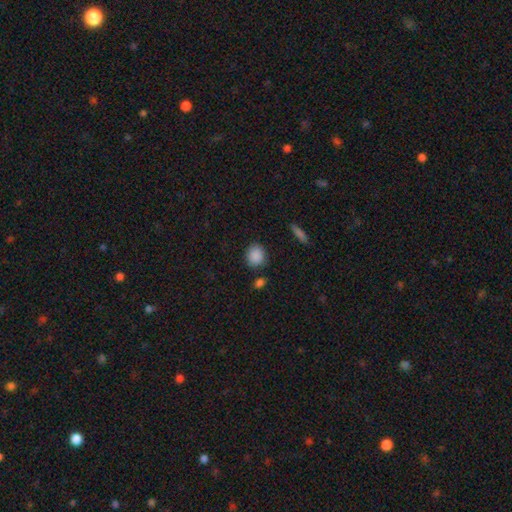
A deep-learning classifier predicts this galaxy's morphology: This appears to be a smooth galaxy with no disk features (88%) that is round (73%). Merging: none (81%).